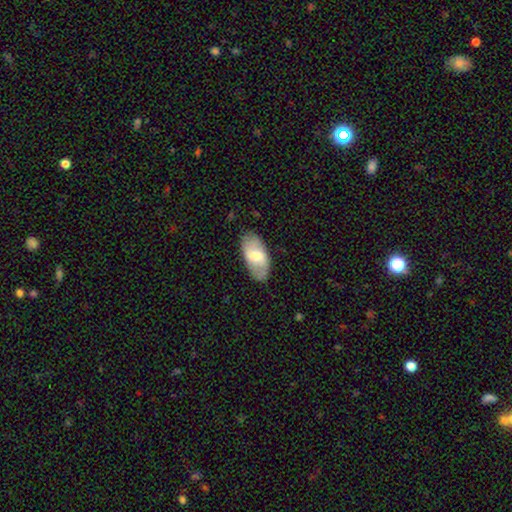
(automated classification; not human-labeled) smooth-or-featured: smooth: 57% | featured or disk: 37% | star or artifact: 6%
  how-rounded: in between: 93% | cigar-shaped: 4% | round: 3%
  merging: none: 81% | minor disturbance: 14% | major disturbance: 4% | merger: 1%